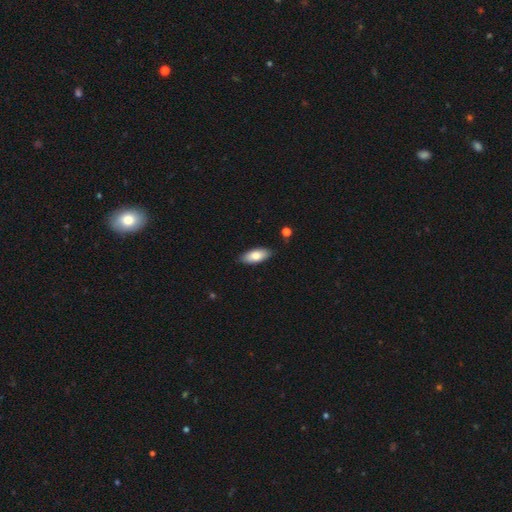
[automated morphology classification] type=smooth (80%); roundness=in between (84%); merging=none (87%).